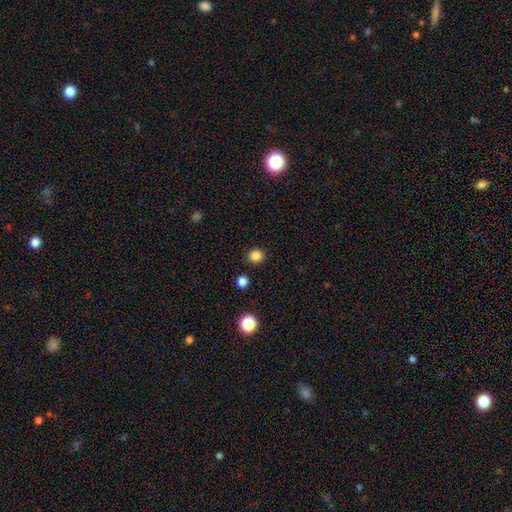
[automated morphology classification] Smooth or featured? Predicted: smooth (p=0.84). How rounded? Predicted: round (p=0.89). Merging? Predicted: none (p=0.90).